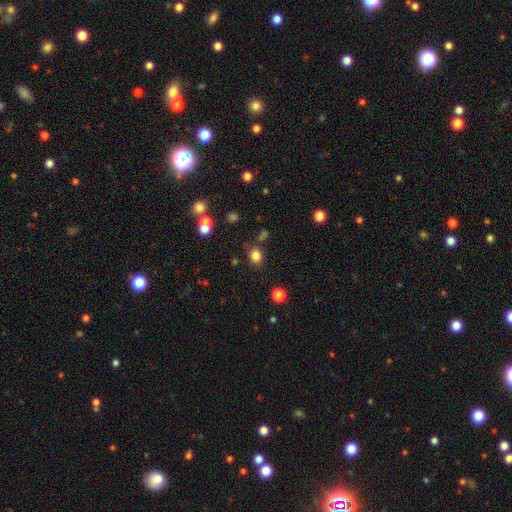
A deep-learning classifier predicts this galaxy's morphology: Smooth or featured: smooth — 82% (star or artifact — 13%)
How rounded: round — 59% (in between — 40%)
Merging: none — 80% (minor disturbance — 11%)